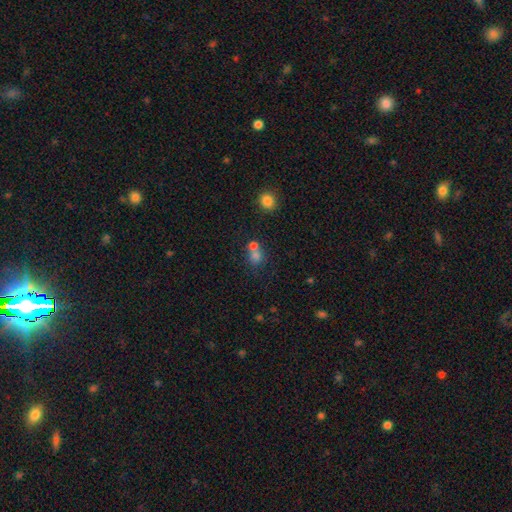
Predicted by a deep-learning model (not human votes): Overall: smooth (73%). How rounded: round (76%). Merging: merger (49%; none 40%).